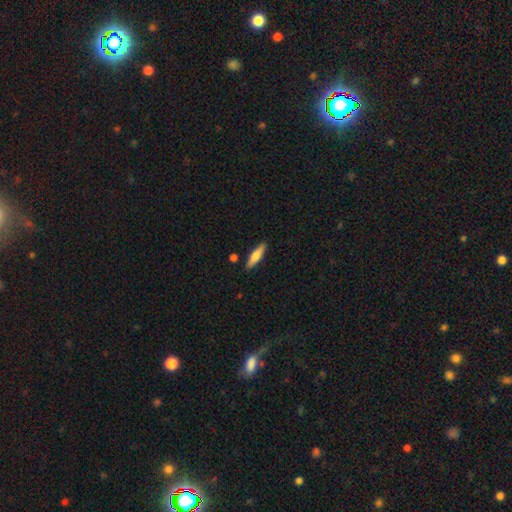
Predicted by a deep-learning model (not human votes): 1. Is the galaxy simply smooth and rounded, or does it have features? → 65% smooth, 29% featured or disk, 6% star or artifact.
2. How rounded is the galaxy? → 73% cigar-shaped, 25% in between, 2% round.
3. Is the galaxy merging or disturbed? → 87% none, 9% minor disturbance, 3% merger, 2% major disturbance.